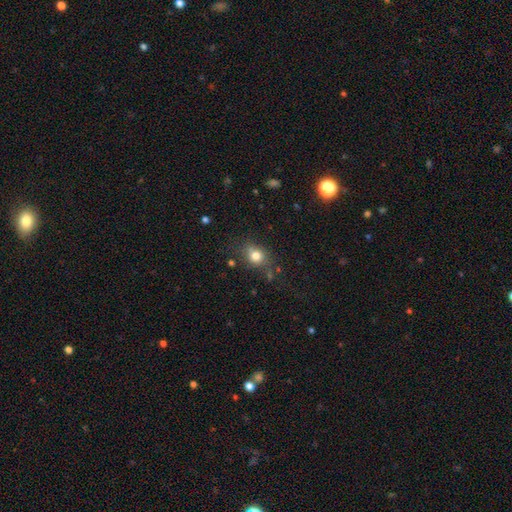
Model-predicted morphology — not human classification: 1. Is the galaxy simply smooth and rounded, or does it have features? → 79% smooth, 12% star or artifact, 9% featured or disk.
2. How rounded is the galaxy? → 61% round, 37% in between, 1% cigar-shaped.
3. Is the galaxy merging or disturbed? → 71% none, 19% minor disturbance, 6% major disturbance, 4% merger.